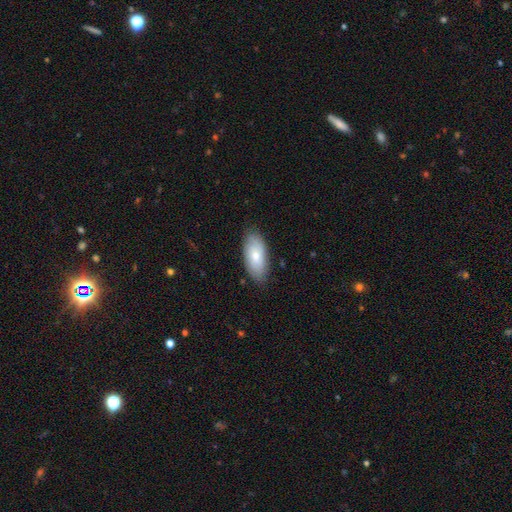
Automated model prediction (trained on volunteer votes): smooth_or_featured: smooth (p=0.73) [alt: featured or disk p=0.22]
how_rounded: in between (p=0.90) [alt: cigar-shaped p=0.07]
merging: none (p=0.82) [alt: minor disturbance p=0.14]